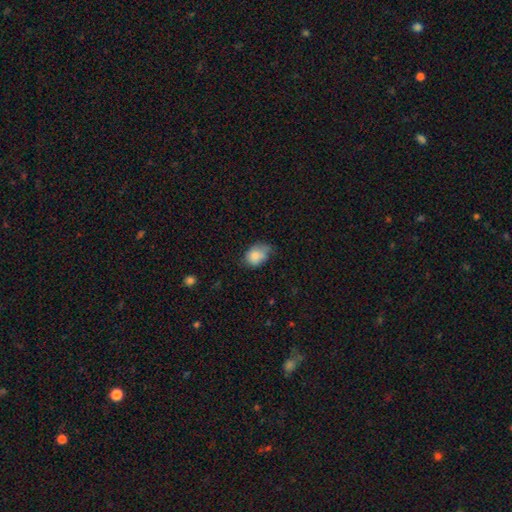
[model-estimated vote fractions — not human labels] Q: Smooth or featured?
A: smooth (80%); runner-up: featured or disk (12%)
Q: How rounded?
A: in between (71%); runner-up: round (28%)
Q: Merging?
A: none (45%); runner-up: minor disturbance (39%)